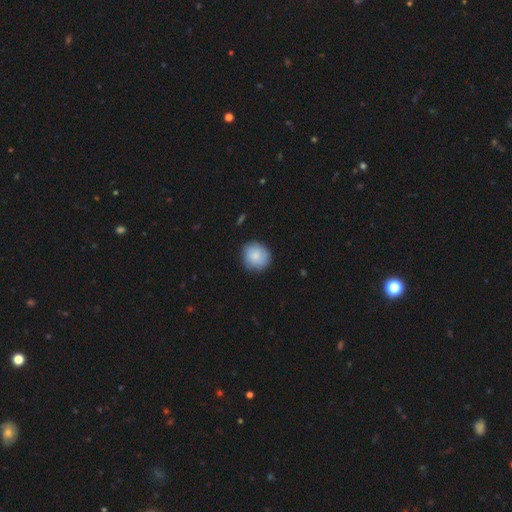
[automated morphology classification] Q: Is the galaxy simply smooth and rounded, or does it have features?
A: smooth — 84%.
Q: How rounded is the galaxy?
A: round — 86%.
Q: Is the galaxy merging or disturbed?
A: none — 84%.